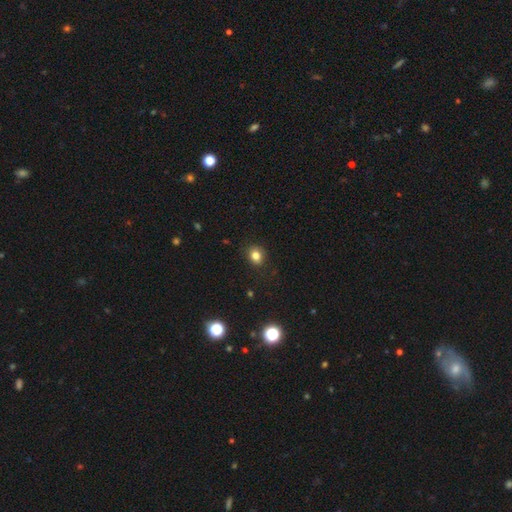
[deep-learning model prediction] A smooth galaxy with no disk features (81%) that is round (63%).

Vote fractions:
- Smooth or featured? smooth: 81% / star or artifact: 13% / featured or disk: 6%
- How rounded? round: 63% / in between: 36% / cigar-shaped: 1%
- Merging? none: 87% / minor disturbance: 10% / major disturbance: 2% / merger: 1%